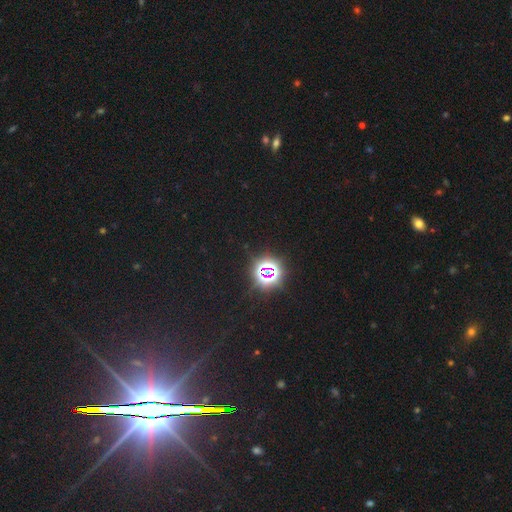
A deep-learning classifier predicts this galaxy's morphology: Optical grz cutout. It shows a star or artifact, not a galaxy (77%).